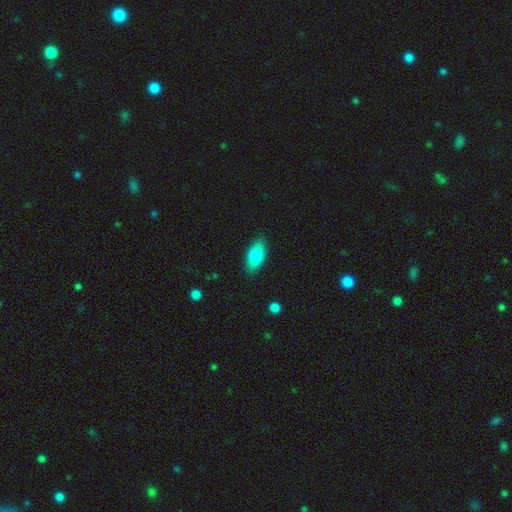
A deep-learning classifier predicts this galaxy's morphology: smooth_or_featured: smooth (p=0.78) [alt: featured or disk p=0.15]
how_rounded: in between (p=0.88) [alt: cigar-shaped p=0.08]
merging: none (p=0.86) [alt: minor disturbance p=0.11]